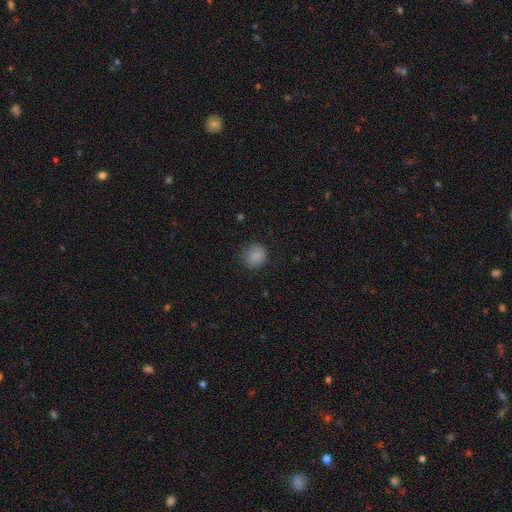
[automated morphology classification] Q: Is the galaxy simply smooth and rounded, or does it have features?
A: smooth — 86%.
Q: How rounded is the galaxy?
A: round — 84%.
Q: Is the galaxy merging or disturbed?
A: none — 82%.